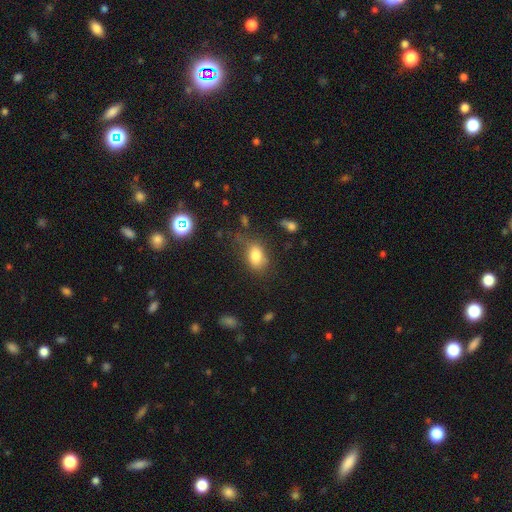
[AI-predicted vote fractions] Smooth or featured?
  - smooth: 80% *
  - star or artifact: 10%
  - featured or disk: 10%
How rounded?
  - in between: 84% *
  - round: 14%
  - cigar-shaped: 2%
Merging?
  - none: 57% *
  - minor disturbance: 26%
  - major disturbance: 13%
  - merger: 5%